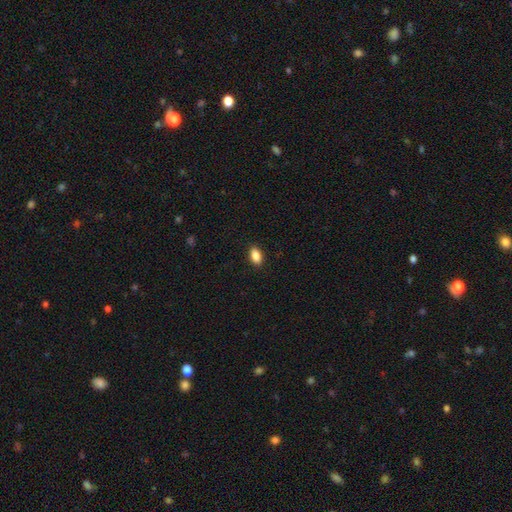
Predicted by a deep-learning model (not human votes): Smooth or featured? smooth (88%)
How rounded? in between (90%)
Merging? none (89%)